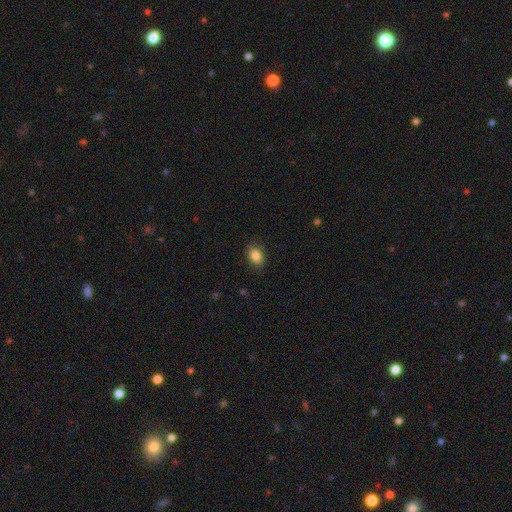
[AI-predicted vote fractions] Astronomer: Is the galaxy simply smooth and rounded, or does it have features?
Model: smooth — 85%.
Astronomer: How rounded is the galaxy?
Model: in between — 75%.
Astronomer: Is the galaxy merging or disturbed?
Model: none — 86%.